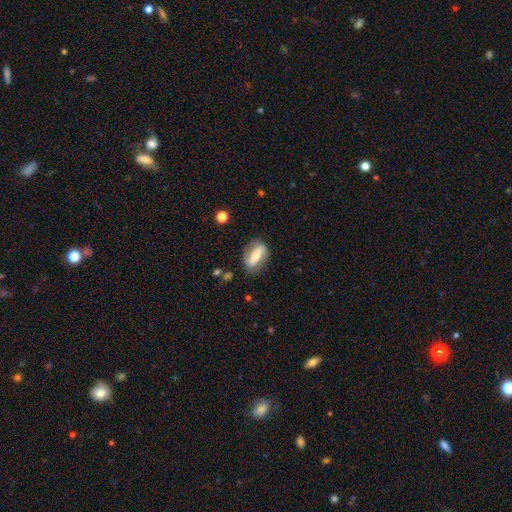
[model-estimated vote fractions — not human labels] Smooth or featured?
  - featured or disk: 55% *
  - smooth: 38%
  - star or artifact: 6%
Edge-on disk?
  - no: 77% *
  - yes: 23%
Merging?
  - none: 78% *
  - minor disturbance: 15%
  - major disturbance: 5%
  - merger: 2%